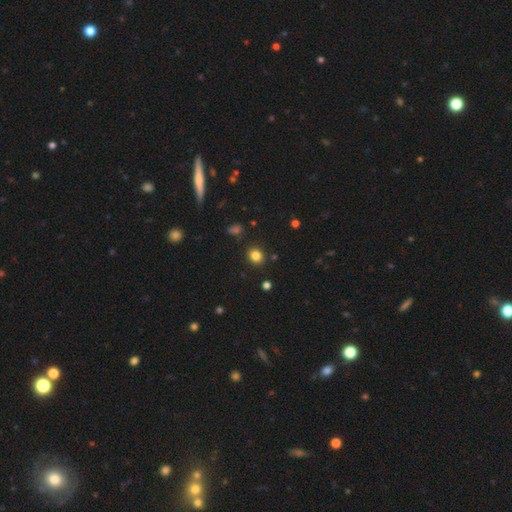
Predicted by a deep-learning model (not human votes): This appears to be a smooth galaxy with no disk features (82%) that is round (73%). Merging: none (88%).